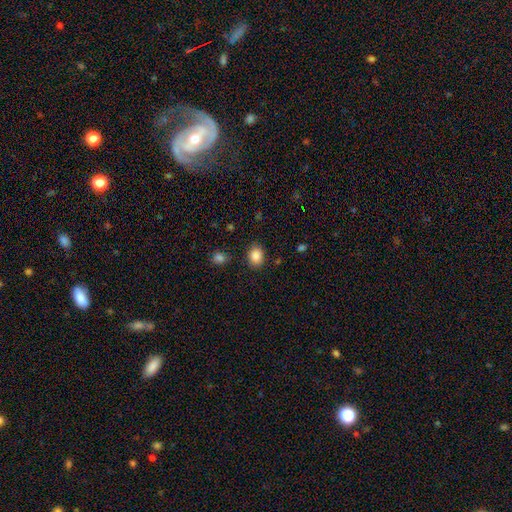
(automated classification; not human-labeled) Q: Smooth or featured?
A: smooth (86%); runner-up: star or artifact (9%)
Q: How rounded?
A: in between (57%); runner-up: round (42%)
Q: Merging?
A: none (83%); runner-up: minor disturbance (12%)